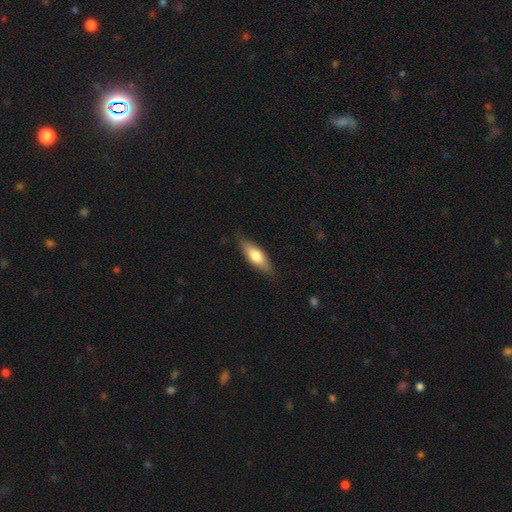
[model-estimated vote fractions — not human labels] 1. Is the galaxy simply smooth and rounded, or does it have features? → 67% smooth, 28% featured or disk, 6% star or artifact.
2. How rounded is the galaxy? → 59% in between, 39% cigar-shaped, 2% round.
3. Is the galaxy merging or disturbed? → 82% none, 15% minor disturbance, 3% major disturbance, 1% merger.